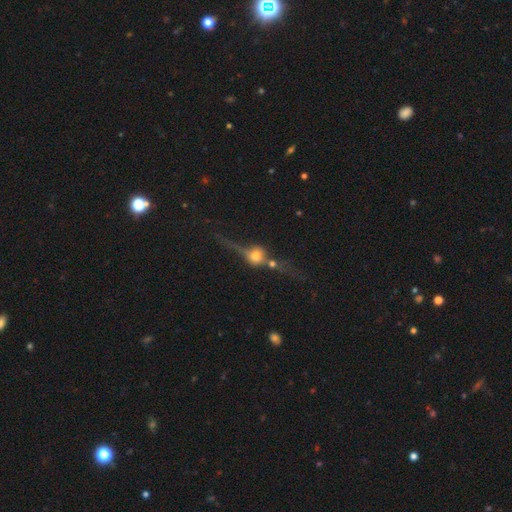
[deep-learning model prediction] A featured or disk galaxy (67%) viewed edge-on (87%) with a rounded central bulge (96%).

Vote fractions:
- Smooth or featured? featured or disk: 67% / smooth: 22% / star or artifact: 10%
- Edge-on disk? yes: 87% / no: 13%
- Edge-on bulge? rounded: 96% / boxy: 3% / none: 1%
- Merging? none: 59% / minor disturbance: 16% / major disturbance: 13% / merger: 13%